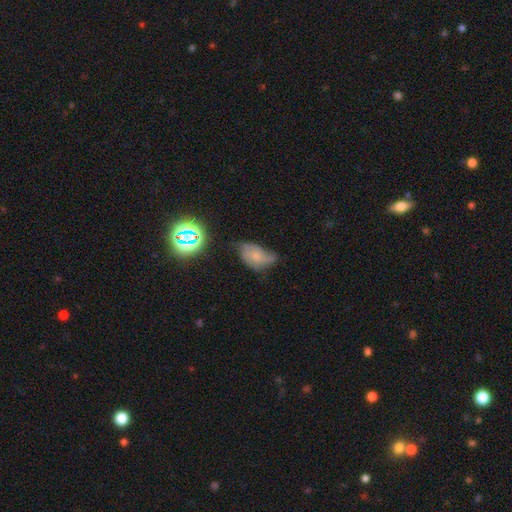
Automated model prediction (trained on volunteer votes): Morphology: type=smooth (50%); roundness=in between (89%); merging=minor disturbance (41%).